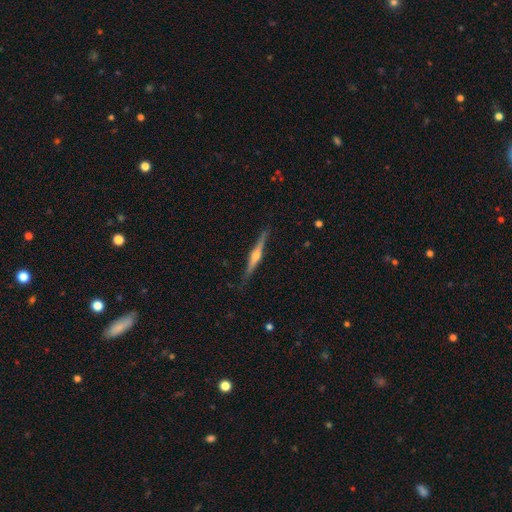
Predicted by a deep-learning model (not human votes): smooth_or_featured: featured or disk (p=0.78) [alt: smooth p=0.16]
disk_edge_on: yes (p=0.98) [alt: no p=0.02]
edge_on_bulge: rounded (p=0.90) [alt: boxy p=0.05]
merging: none (p=0.86) [alt: minor disturbance p=0.11]